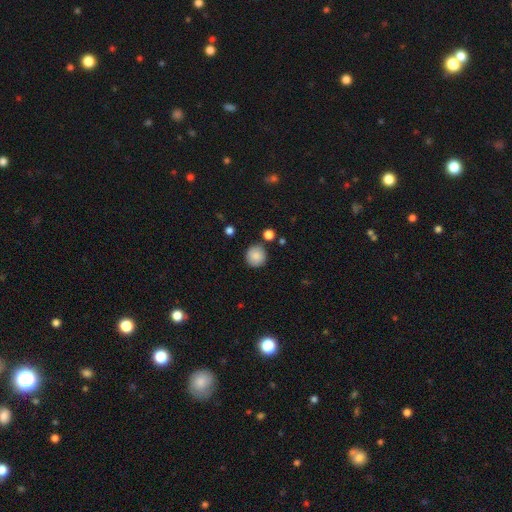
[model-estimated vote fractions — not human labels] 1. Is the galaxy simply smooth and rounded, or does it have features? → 86% smooth, 8% star or artifact, 6% featured or disk.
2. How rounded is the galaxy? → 93% round, 6% in between, 1% cigar-shaped.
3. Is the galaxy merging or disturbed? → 85% none, 8% minor disturbance, 4% merger, 2% major disturbance.